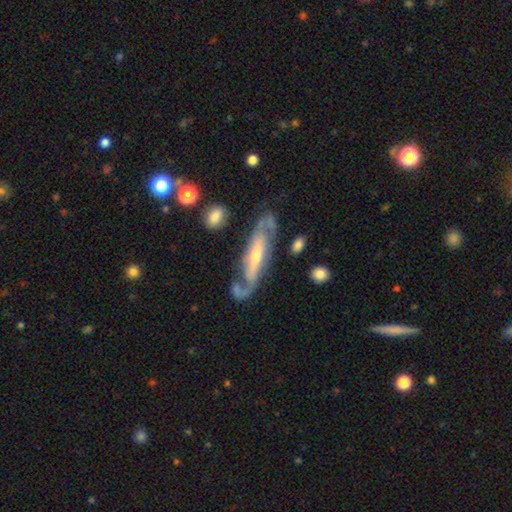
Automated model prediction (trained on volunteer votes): This appears to be a featured or disk galaxy (84%) with a strong bar (46%), 2 (83%) medium (43%) spiral arms (92%) and a small central bulge (47%). Merging: none (68%).